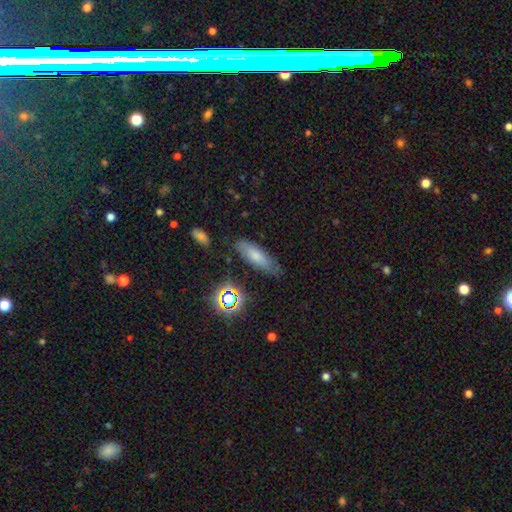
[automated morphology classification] Q: Smooth or featured?
A: smooth (68%); runner-up: featured or disk (18%)
Q: How rounded?
A: in between (58%); runner-up: cigar-shaped (38%)
Q: Merging?
A: none (74%); runner-up: minor disturbance (18%)